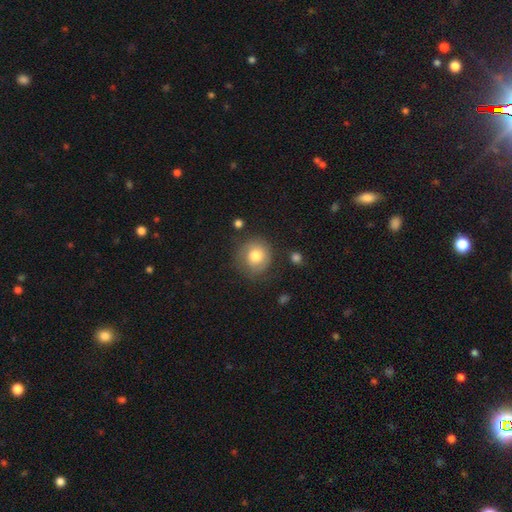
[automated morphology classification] This appears to be a smooth galaxy with no disk features (76%) that is round (87%). Merging: none (73%).